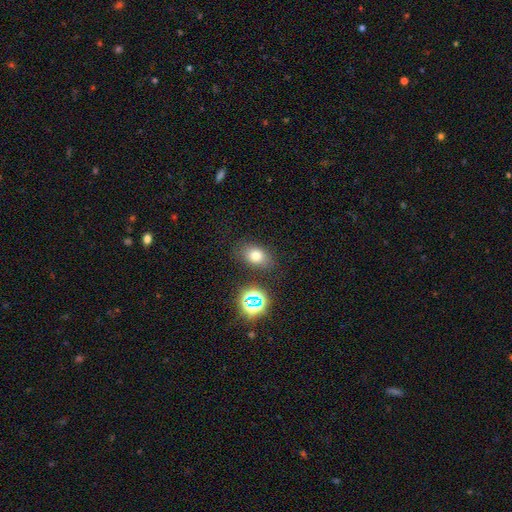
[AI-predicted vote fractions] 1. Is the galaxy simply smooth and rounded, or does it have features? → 71% smooth, 17% star or artifact, 11% featured or disk.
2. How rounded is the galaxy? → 74% in between, 25% round, 1% cigar-shaped.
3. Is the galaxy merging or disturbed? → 81% none, 12% minor disturbance, 4% major disturbance, 3% merger.